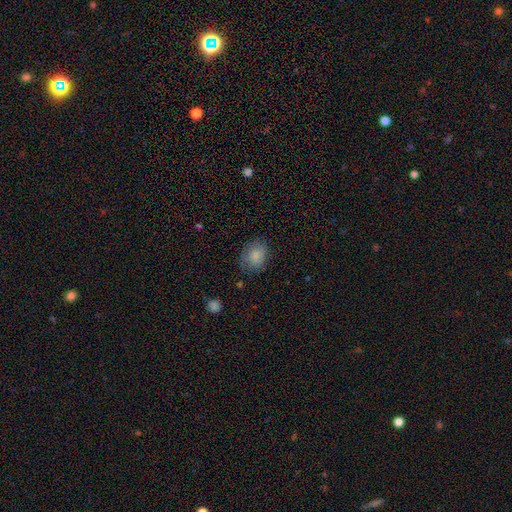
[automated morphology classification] smooth-or-featured: smooth: 83% | featured or disk: 9% | star or artifact: 8%
  how-rounded: in between: 53% | round: 46% | cigar-shaped: 1%
  merging: none: 68% | minor disturbance: 23% | major disturbance: 7% | merger: 2%